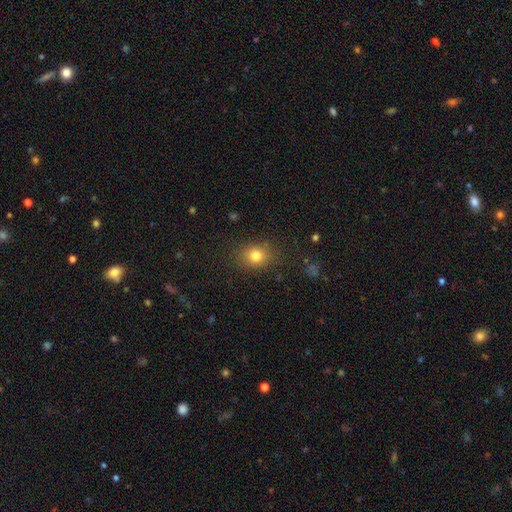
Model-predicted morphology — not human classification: This appears to be a smooth galaxy with no disk features (79%) that is round (58%). Merging: none (84%).